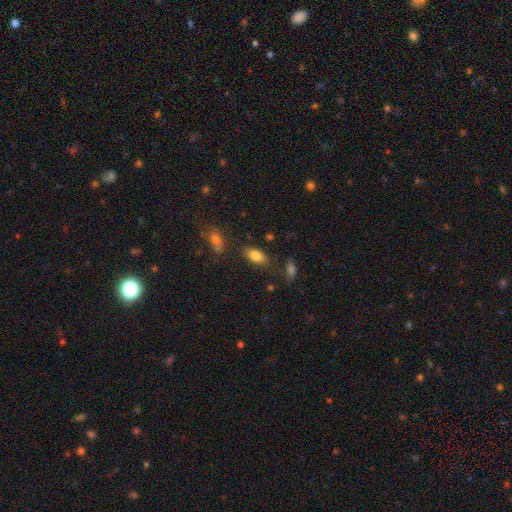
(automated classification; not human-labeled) Smooth or featured? smooth (81%)
How rounded? in between (89%)
Merging? none (78%)